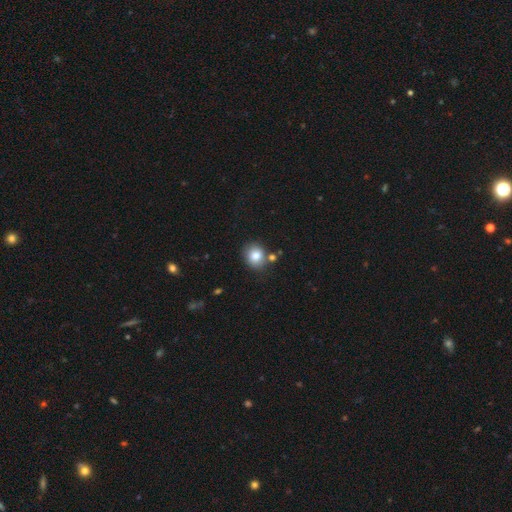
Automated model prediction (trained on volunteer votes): smooth 82%, star or artifact 10%, featured or disk 8%. Down the decision tree: how rounded — round (73%); merging — none (76%).